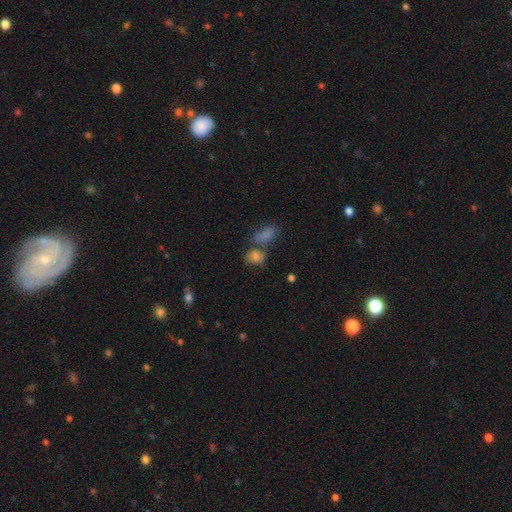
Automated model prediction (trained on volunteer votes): smooth 70%, star or artifact 19%, featured or disk 11%. Down the decision tree: how rounded — in between (68%); merging — none (46%).